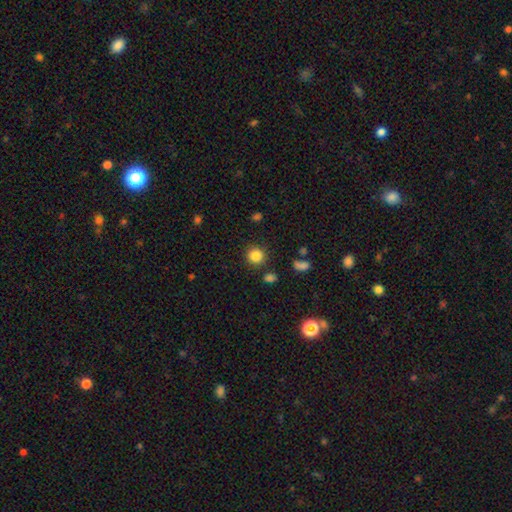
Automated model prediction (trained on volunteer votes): smooth_or_featured: smooth (p=0.85) [alt: star or artifact p=0.11]
how_rounded: round (p=0.91) [alt: in between p=0.08]
merging: none (p=0.86) [alt: minor disturbance p=0.08]